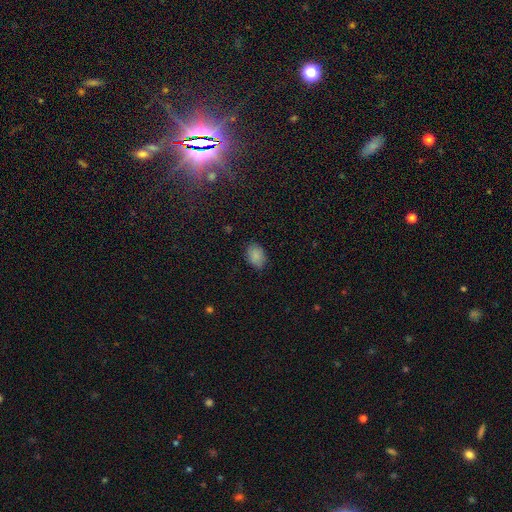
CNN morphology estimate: Overall: smooth (86%). How rounded: in between (81%). Merging: none (82%).